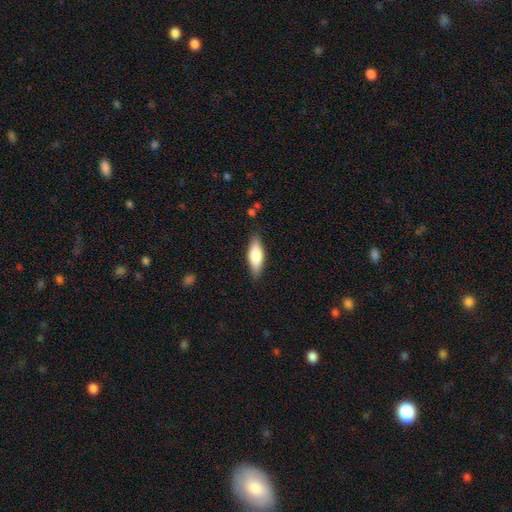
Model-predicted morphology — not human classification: Q: Smooth or featured?
A: smooth (74%); runner-up: featured or disk (20%)
Q: How rounded?
A: in between (63%); runner-up: cigar-shaped (35%)
Q: Merging?
A: none (85%); runner-up: minor disturbance (12%)